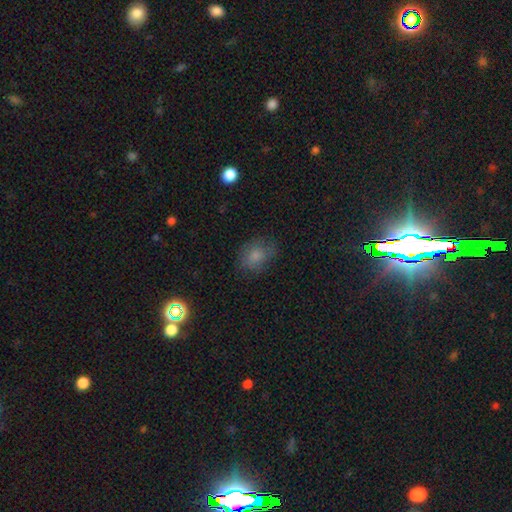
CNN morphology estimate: Smooth or featured: smooth — 76% (featured or disk — 13%)
How rounded: in between — 60% (round — 39%)
Merging: none — 69% (minor disturbance — 22%)